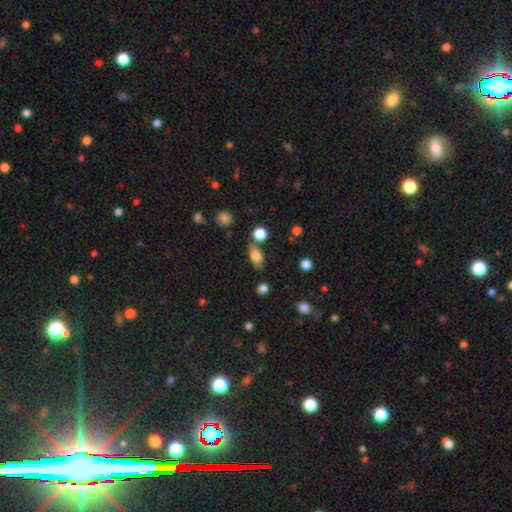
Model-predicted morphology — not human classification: This is likely a smooth galaxy (77%). How rounded: clearly in between (80%). Merging: likely none (72%).